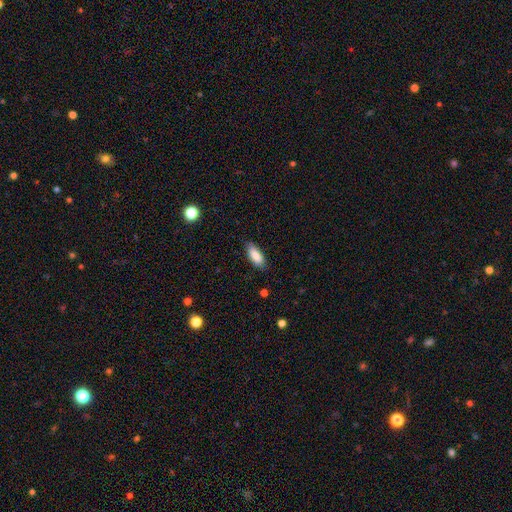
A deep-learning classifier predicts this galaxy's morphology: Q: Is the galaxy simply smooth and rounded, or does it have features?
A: smooth — 86%.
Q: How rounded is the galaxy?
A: in between — 79%.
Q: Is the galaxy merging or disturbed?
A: none — 83%.